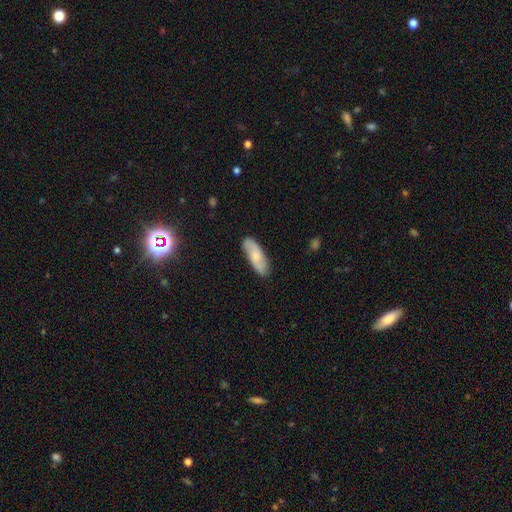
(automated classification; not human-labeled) Overall: smooth (58%; featured or disk 36%). How rounded: in between (64%; cigar-shaped 34%). Merging: none (84%).